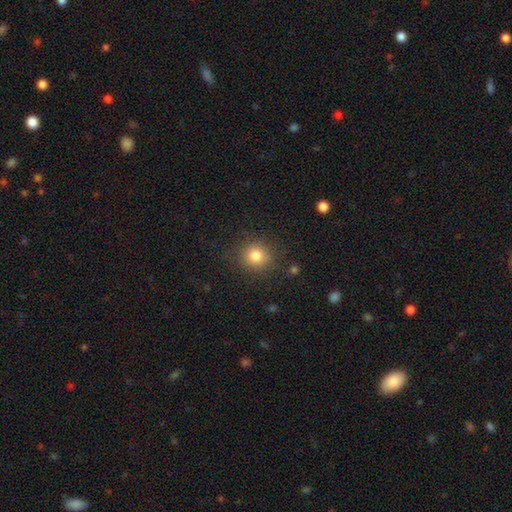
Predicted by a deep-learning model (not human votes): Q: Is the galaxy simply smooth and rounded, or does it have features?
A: smooth — 82%.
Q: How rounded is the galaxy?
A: round — 88%.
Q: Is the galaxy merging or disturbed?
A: none — 87%.